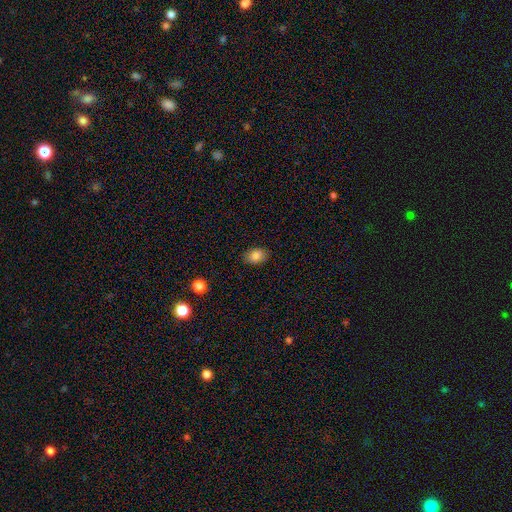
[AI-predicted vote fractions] This appears to be a smooth galaxy with no disk features (84%) that is in between round and cigar-shaped (79%). Merging: none (87%).